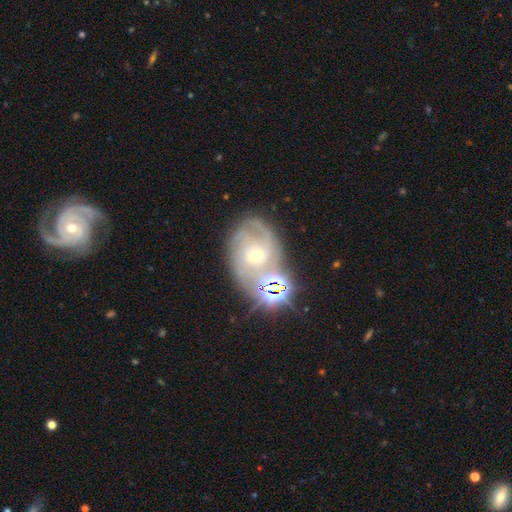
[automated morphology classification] Smooth or featured: featured or disk — 68% (star or artifact — 18%)
Edge-on disk: no — 96% (yes — 4%)
Bar: no — 67% (weak — 26%)
Spiral arms: yes — 88% (no — 12%)
Spiral winding: tight — 51% (medium — 36%)
Spiral arm count: can't tell — 35% (2 — 23%)
Bulge size: small — 58% (moderate — 37%)
Merging: none — 58% (minor disturbance — 19%)